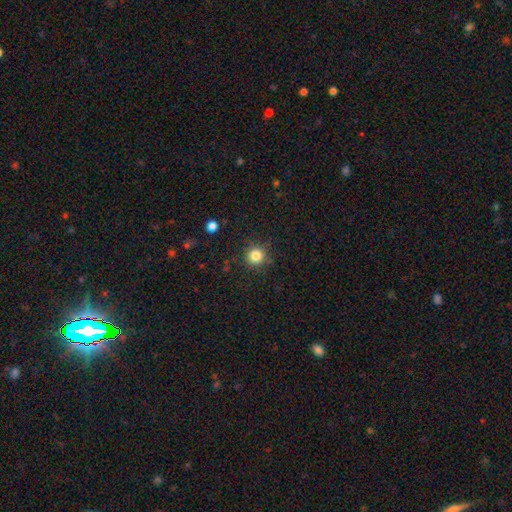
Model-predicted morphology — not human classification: Smooth or featured?
  - smooth: 83% *
  - star or artifact: 12%
  - featured or disk: 5%
How rounded?
  - round: 93% *
  - in between: 6%
  - cigar-shaped: 1%
Merging?
  - none: 89% *
  - minor disturbance: 7%
  - major disturbance: 3%
  - merger: 1%